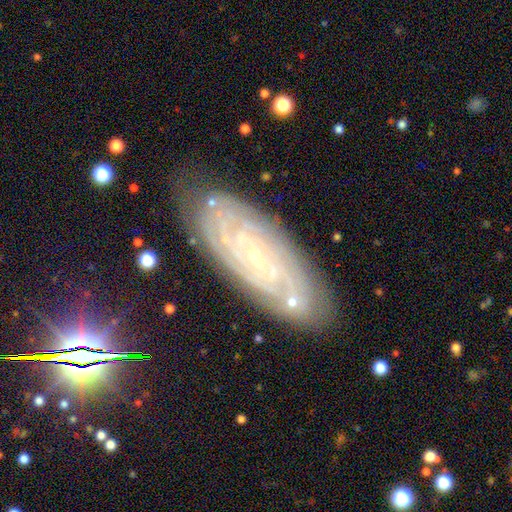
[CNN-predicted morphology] Smooth or featured: featured or disk — 79% (smooth — 11%)
Edge-on disk: no — 89% (yes — 11%)
Bar: no — 73% (weak — 21%)
Spiral arms: yes — 94% (no — 6%)
Spiral winding: tight — 81% (medium — 16%)
Spiral arm count: can't tell — 50% (4 — 13%)
Bulge size: small — 87% (moderate — 9%)
Merging: none — 79% (minor disturbance — 15%)